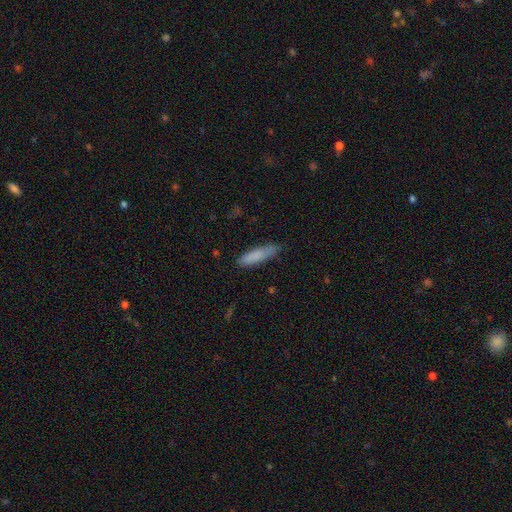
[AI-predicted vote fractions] smooth_or_featured: smooth (p=0.85) [alt: featured or disk p=0.09]
how_rounded: cigar-shaped (p=0.73) [alt: in between p=0.26]
merging: none (p=0.79) [alt: minor disturbance p=0.17]